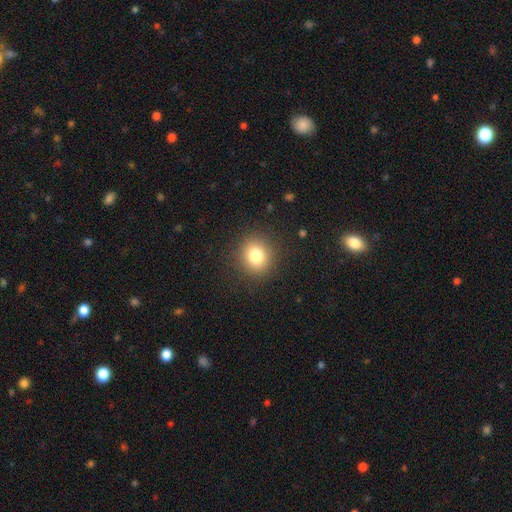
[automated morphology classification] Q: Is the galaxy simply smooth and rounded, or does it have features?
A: smooth — 80%.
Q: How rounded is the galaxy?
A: round — 85%.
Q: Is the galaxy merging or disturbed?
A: none — 90%.